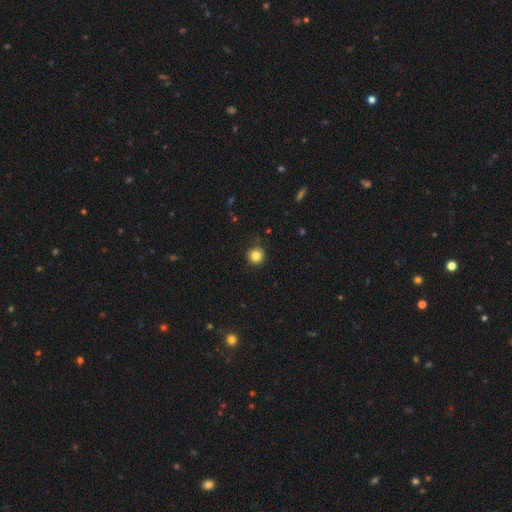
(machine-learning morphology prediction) type=smooth (83%); roundness=round (94%); merging=none (88%).